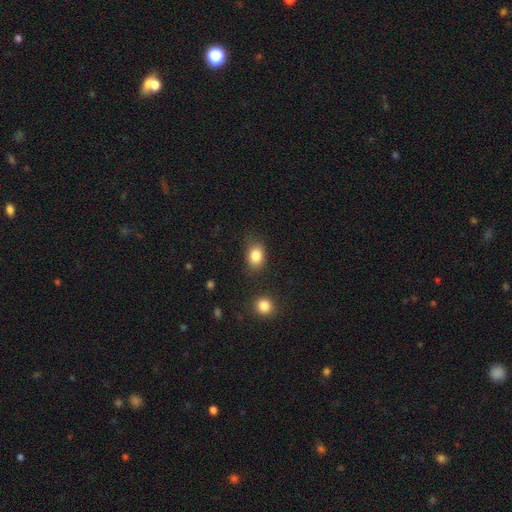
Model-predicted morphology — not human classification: A smooth galaxy with no disk features (85%) that is in between round and cigar-shaped (64%).

Vote fractions:
- Smooth or featured? smooth: 85% / star or artifact: 10% / featured or disk: 6%
- How rounded? in between: 64% / round: 34% / cigar-shaped: 1%
- Merging? none: 76% / minor disturbance: 17% / major disturbance: 5% / merger: 3%